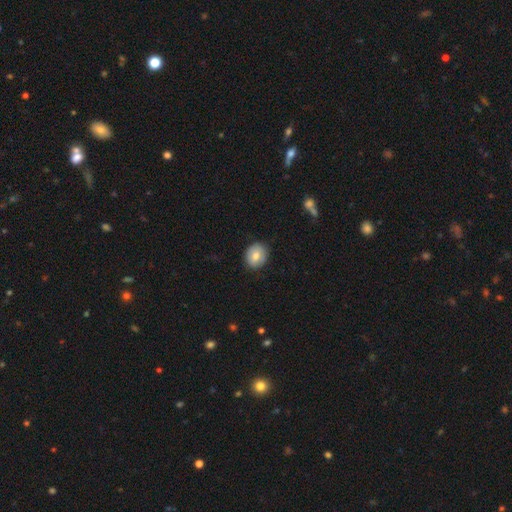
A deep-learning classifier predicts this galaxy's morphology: A smooth galaxy with no disk features (76%) that is round (59%). Merging: none (84%).